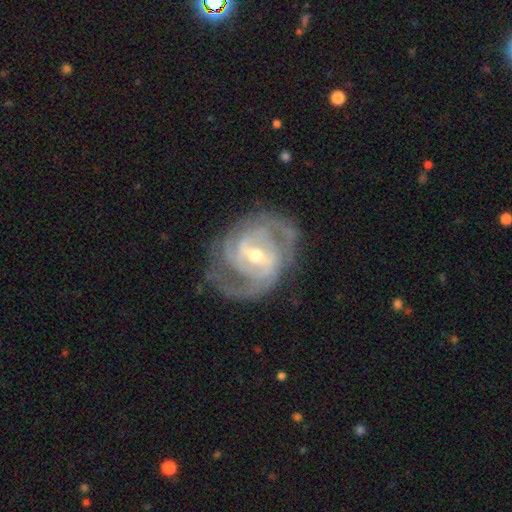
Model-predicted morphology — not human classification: This appears to be a featured or disk galaxy (91%) with a weak bar (47%), 2 (52%) tight (46%) spiral arms (97%) and a moderate central bulge (57%). Merging: none (72%).